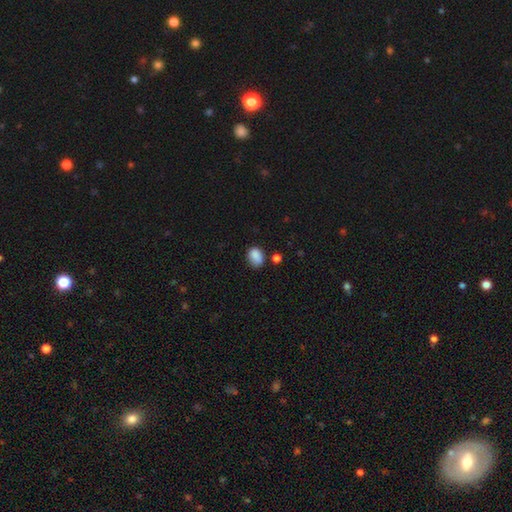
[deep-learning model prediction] This is clearly a smooth galaxy (86%). How rounded: likely in between (67%). Merging: likely none (66%).